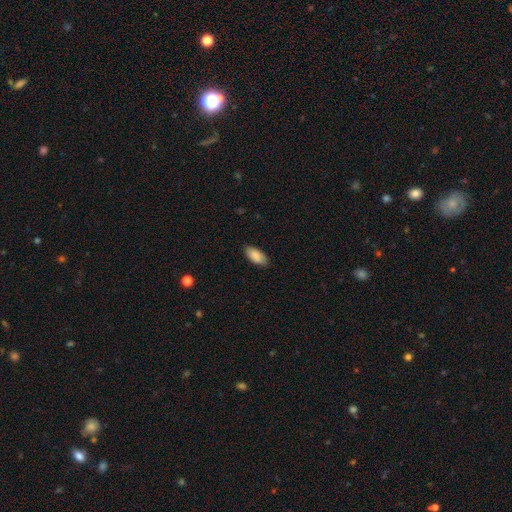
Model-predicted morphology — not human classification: smooth_or_featured: smooth (p=0.86) [alt: featured or disk p=0.08]
how_rounded: in between (p=0.92) [alt: cigar-shaped p=0.06]
merging: none (p=0.85) [alt: minor disturbance p=0.12]